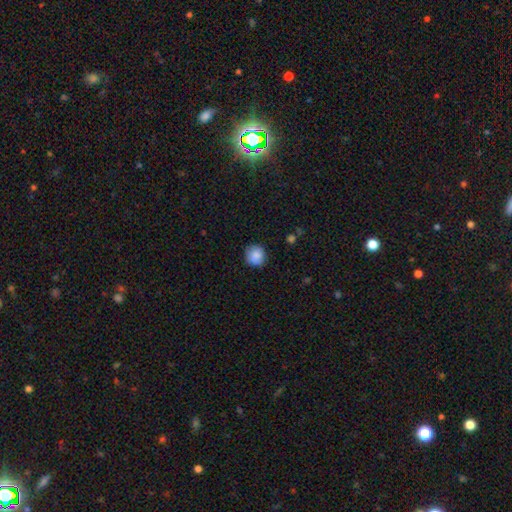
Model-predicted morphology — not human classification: smooth-or-featured: smooth: 86% | star or artifact: 8% | featured or disk: 6%
  how-rounded: round: 90% | in between: 9% | cigar-shaped: 1%
  merging: none: 83% | minor disturbance: 13% | major disturbance: 3% | merger: 1%